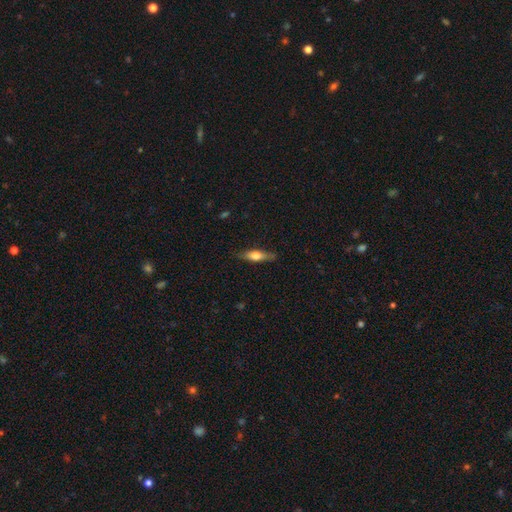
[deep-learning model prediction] Morphology: type=smooth (59%); roundness=cigar-shaped (62%); merging=none (81%).